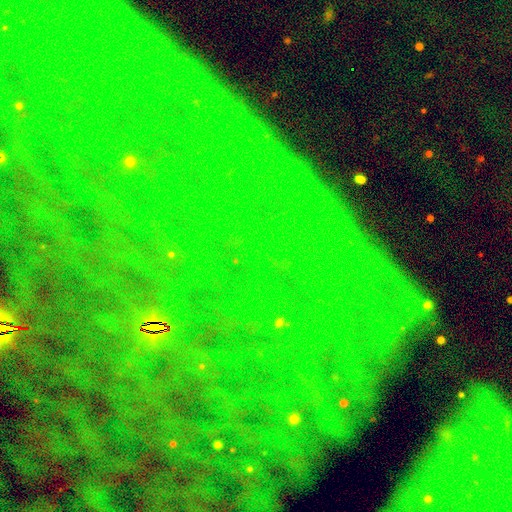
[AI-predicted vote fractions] This appears to be a star or artifact, not a galaxy (84%).